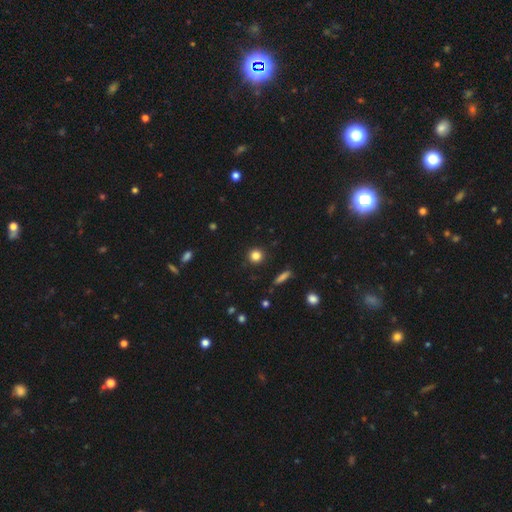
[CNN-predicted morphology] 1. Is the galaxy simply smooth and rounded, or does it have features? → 83% smooth, 12% star or artifact, 5% featured or disk.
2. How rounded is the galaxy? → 93% round, 6% in between, 1% cigar-shaped.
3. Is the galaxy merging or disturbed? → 91% none, 6% minor disturbance, 2% major disturbance, 1% merger.